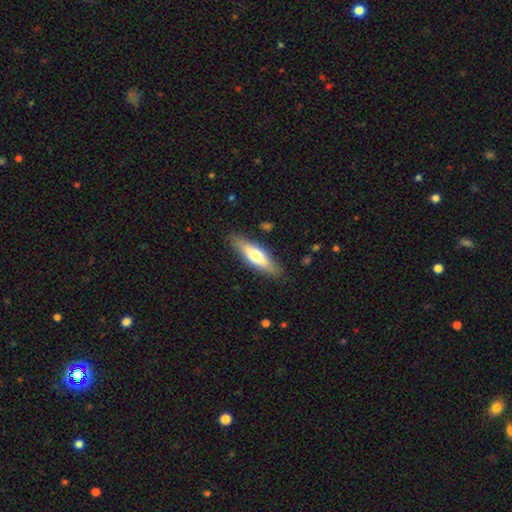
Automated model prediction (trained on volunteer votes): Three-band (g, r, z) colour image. It shows a smooth galaxy with no disk features (59%) that is cigar-shaped (57%). Merging: none (86%).